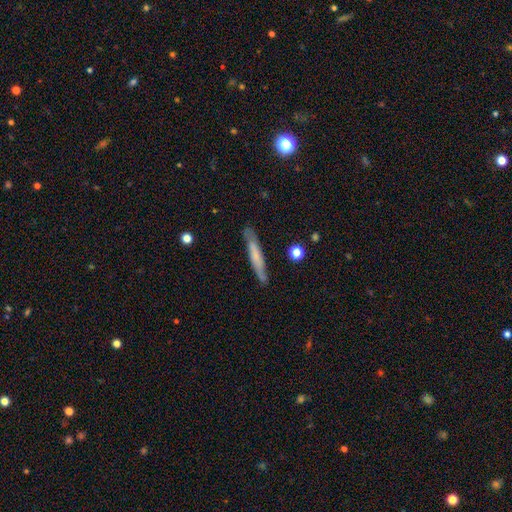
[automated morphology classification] A smooth galaxy with no disk features (53%) that is cigar-shaped (94%). Merging: none (82%).